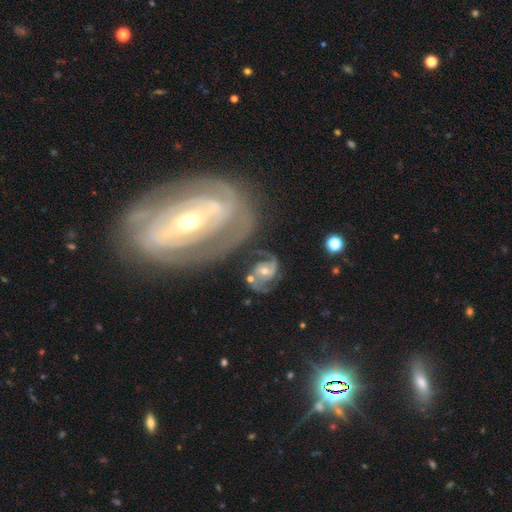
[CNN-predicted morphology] type=featured or disk (83%); edge-on=no (93%); bar=strong (44%); spiral arms=yes (75%); winding=tight (68%); arm count=can't tell (39%, tied with 2); bulge=small (56%); merging=none (77%).